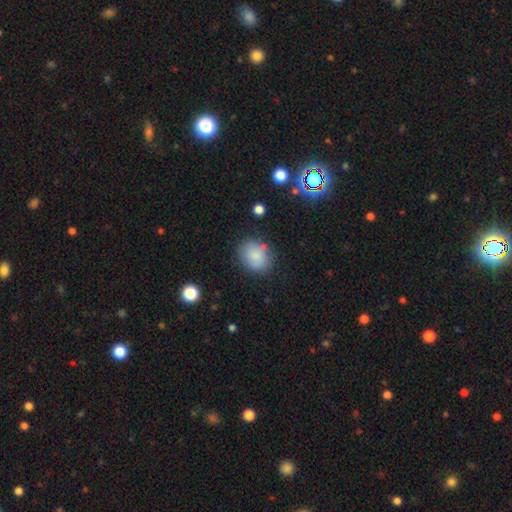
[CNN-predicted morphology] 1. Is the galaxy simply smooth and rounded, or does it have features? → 82% smooth, 10% featured or disk, 9% star or artifact.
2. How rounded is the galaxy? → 51% round, 48% in between, 1% cigar-shaped.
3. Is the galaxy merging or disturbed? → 75% none, 16% minor disturbance, 5% major disturbance, 4% merger.